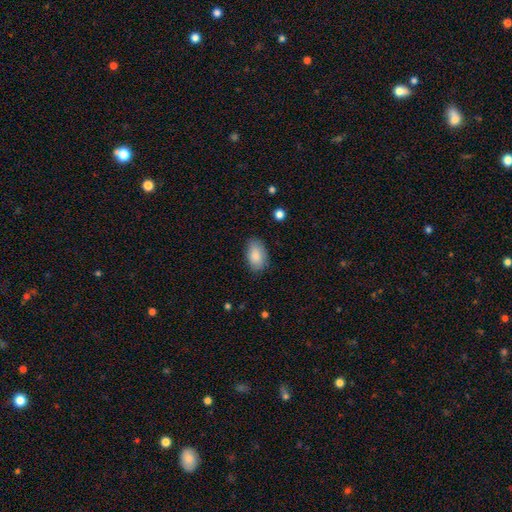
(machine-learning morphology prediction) Smooth or featured? Predicted: smooth (p=0.85). How rounded? Predicted: in between (p=0.93). Merging? Predicted: none (p=0.82).